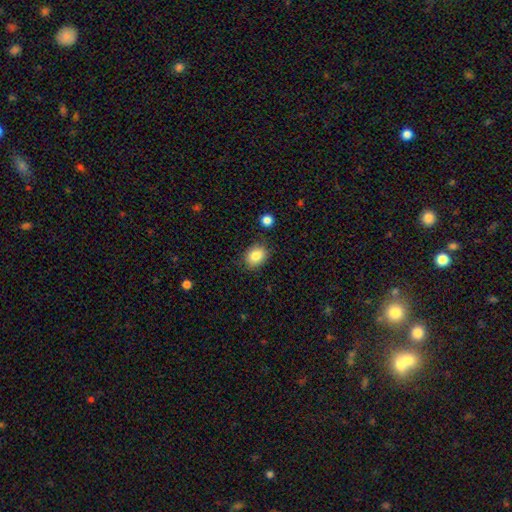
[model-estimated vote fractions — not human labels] smooth_or_featured: smooth (p=0.85) [alt: star or artifact p=0.09]
how_rounded: in between (p=0.59) [alt: round p=0.40]
merging: none (p=0.81) [alt: minor disturbance p=0.13]